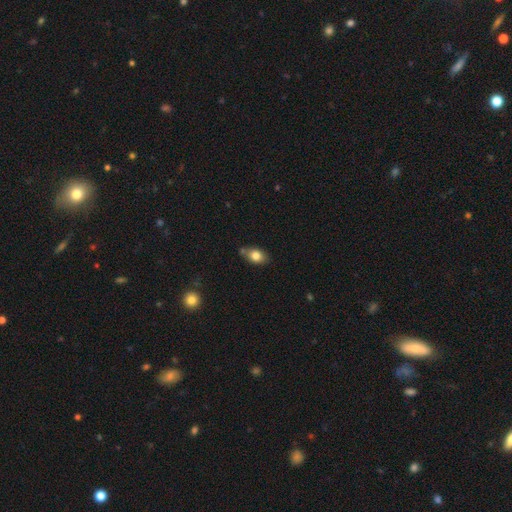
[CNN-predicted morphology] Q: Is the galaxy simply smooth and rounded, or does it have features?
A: smooth — 79%.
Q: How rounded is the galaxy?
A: in between — 80%.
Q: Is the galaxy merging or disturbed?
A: none — 65%.